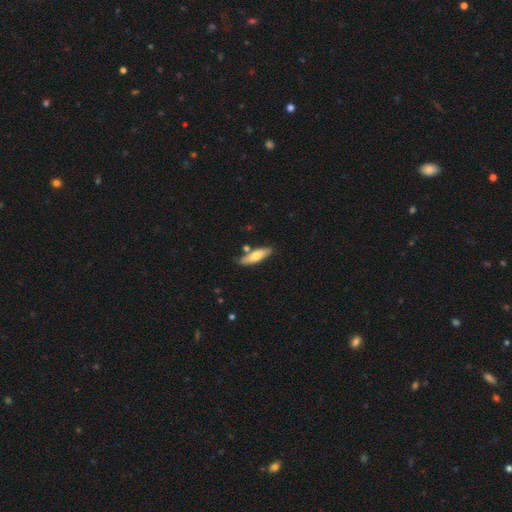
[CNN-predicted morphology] smooth_or_featured: smooth (p=0.69) [alt: featured or disk p=0.26]
how_rounded: cigar-shaped (p=0.50) [alt: in between p=0.48]
merging: none (p=0.77) [alt: minor disturbance p=0.14]